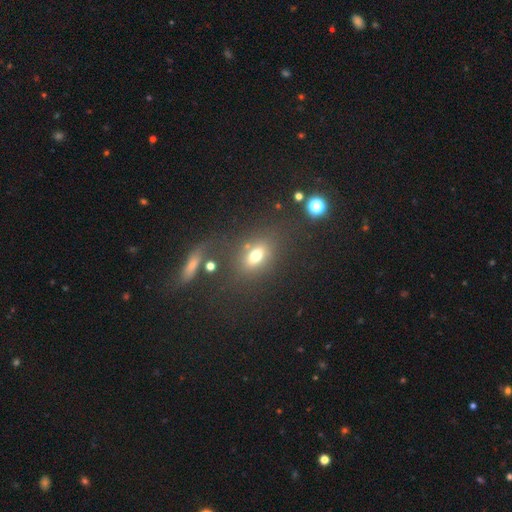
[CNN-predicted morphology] Smooth or featured: smooth — 68% (featured or disk — 16%)
How rounded: in between — 71% (round — 22%)
Merging: none — 70% (minor disturbance — 13%)